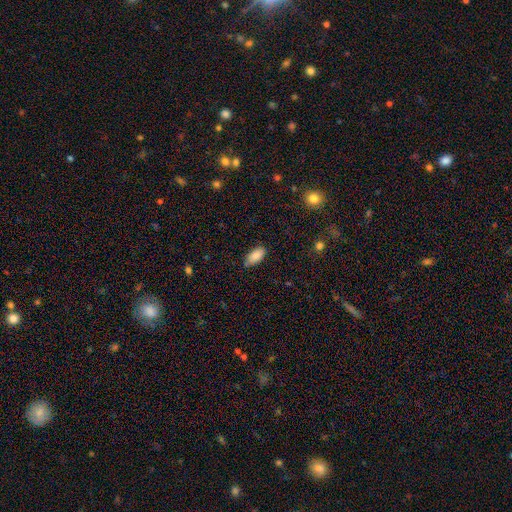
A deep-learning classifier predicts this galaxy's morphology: smooth_or_featured: smooth (p=0.87) [alt: star or artifact p=0.07]
how_rounded: in between (p=0.92) [alt: cigar-shaped p=0.06]
merging: none (p=0.76) [alt: minor disturbance p=0.19]